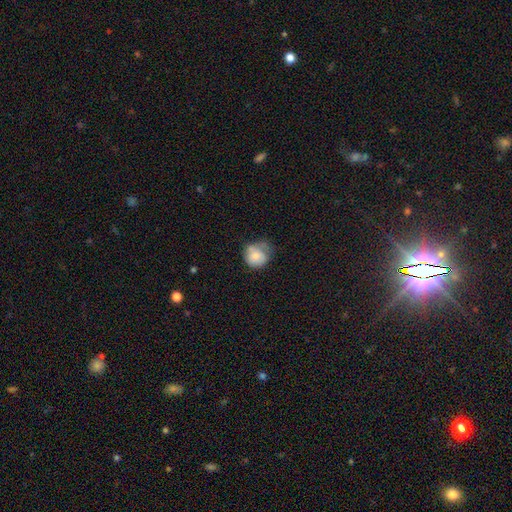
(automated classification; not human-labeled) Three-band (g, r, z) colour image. It shows a smooth galaxy with no disk features (71%) that is round (79%). Merging: none (39%).